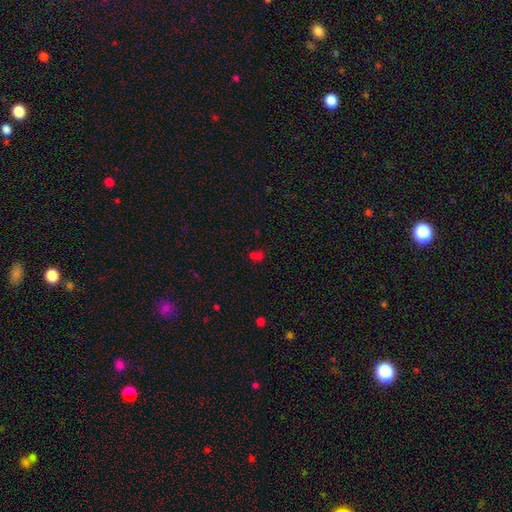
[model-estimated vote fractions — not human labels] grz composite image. It shows a smooth galaxy with no disk features (50%). Merging: none (48%).